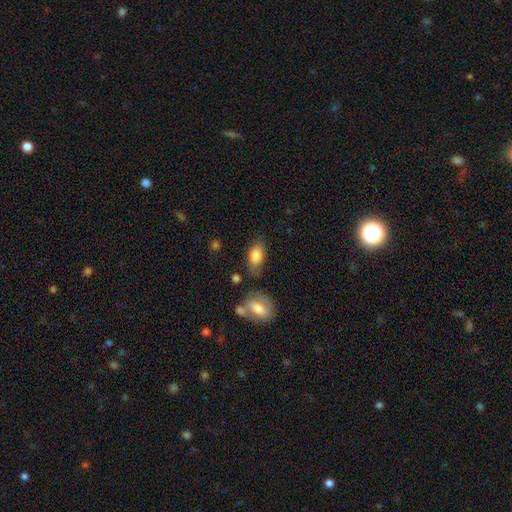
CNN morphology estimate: This is likely a smooth galaxy (78%). How rounded: clearly in between (88%). Merging: likely none (62%).